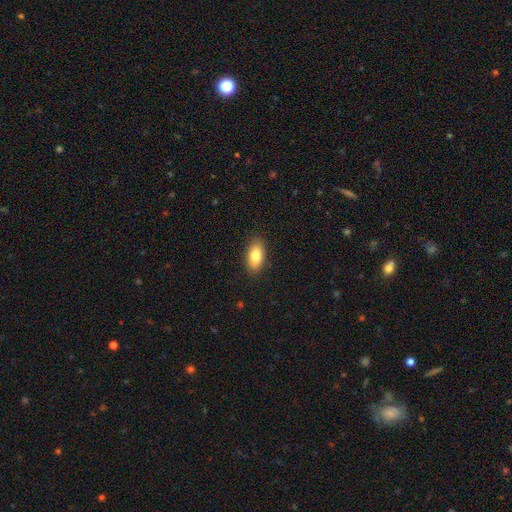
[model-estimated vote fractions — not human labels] Smooth or featured: smooth — 82% (featured or disk — 11%)
How rounded: in between — 91% (cigar-shaped — 5%)
Merging: none — 88% (minor disturbance — 9%)